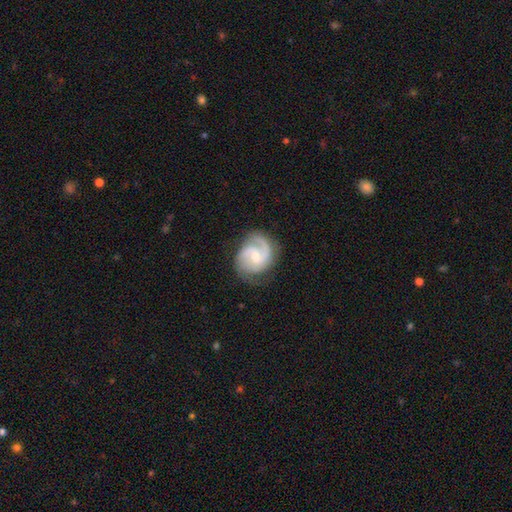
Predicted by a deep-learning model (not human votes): This is clearly a featured or disk galaxy (87%). It is clearly not viewed edge-on (98%). Bar: possibly weak (50%). Spiral arm pattern: clearly yes (97%). Spiral arm count: likely 2 (74%). Spiral winding: possibly medium (50%). Central bulge: possibly small (50%). Merging: likely none (74%).